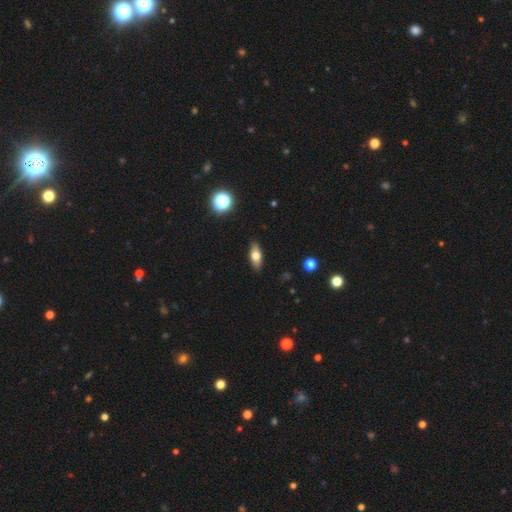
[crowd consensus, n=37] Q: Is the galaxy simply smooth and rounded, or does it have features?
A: smooth — 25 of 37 (68%).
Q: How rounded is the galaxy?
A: in between — 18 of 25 (72%).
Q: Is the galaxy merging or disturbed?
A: none — 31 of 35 (89%).